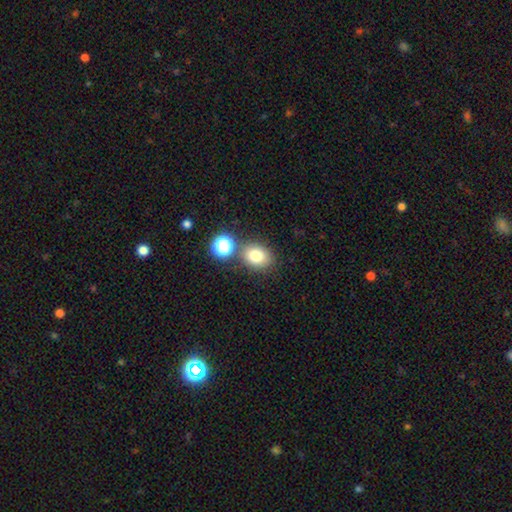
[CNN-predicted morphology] Smooth or featured?
  - smooth: 78% *
  - star or artifact: 13%
  - featured or disk: 9%
How rounded?
  - in between: 52% *
  - round: 47%
  - cigar-shaped: 1%
Merging?
  - none: 74% *
  - merger: 12%
  - minor disturbance: 11%
  - major disturbance: 4%